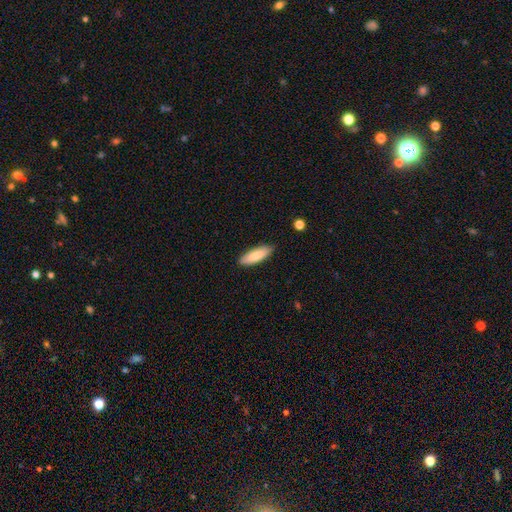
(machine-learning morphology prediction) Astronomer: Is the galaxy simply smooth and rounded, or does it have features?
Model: smooth — 83%.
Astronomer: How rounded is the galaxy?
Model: in between — 55% (runner-up: cigar-shaped, 44%).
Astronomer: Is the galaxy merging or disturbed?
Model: none — 88%.